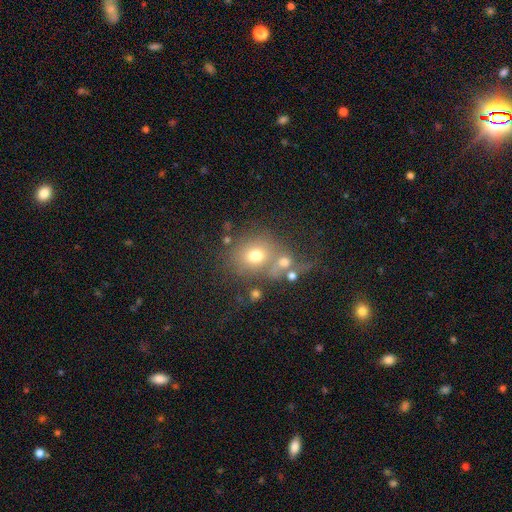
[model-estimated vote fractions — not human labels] A smooth galaxy with no disk features (68%) that is round (69%). Merging: none (45%).